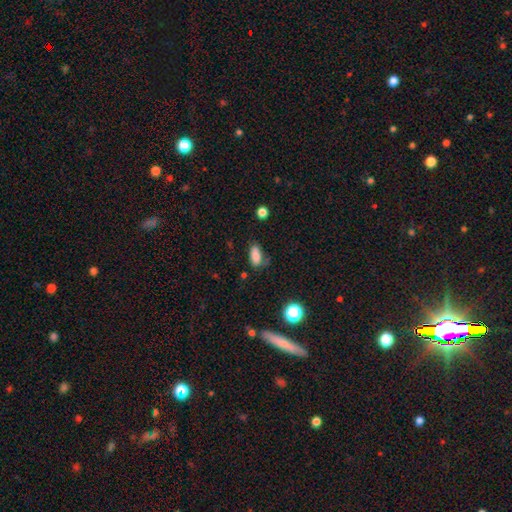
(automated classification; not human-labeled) A smooth galaxy with no disk features (82%) that is in between round and cigar-shaped (86%).

Vote fractions:
- Smooth or featured? smooth: 82% / star or artifact: 10% / featured or disk: 7%
- How rounded? in between: 86% / cigar-shaped: 9% / round: 4%
- Merging? none: 62% / minor disturbance: 26% / major disturbance: 8% / merger: 4%